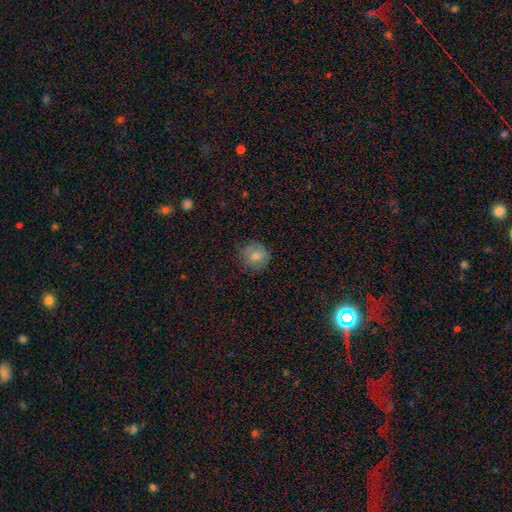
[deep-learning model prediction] The model was most divided on "merging": none: 79%, minor disturbance: 16%, major disturbance: 4%, merger: 1%. More confident: how rounded — round (88%); smooth or featured — smooth (79%).